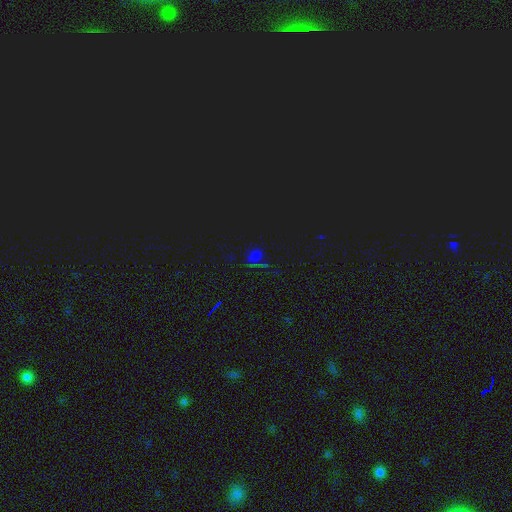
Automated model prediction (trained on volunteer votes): star or artifact 63%, smooth 29%, featured or disk 8%.